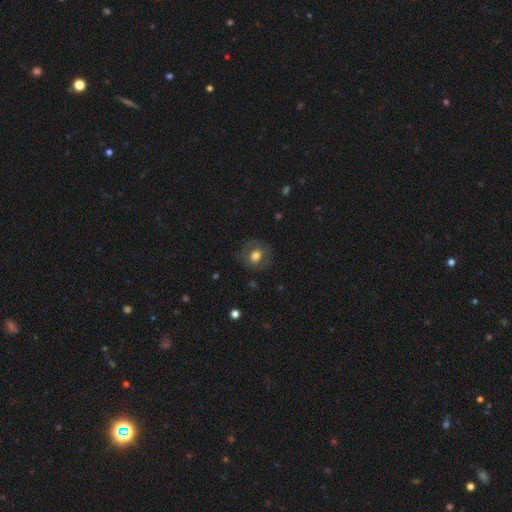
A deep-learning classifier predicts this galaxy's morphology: This appears to be a smooth galaxy with no disk features (65%) that is round (71%). Merging: none (78%).